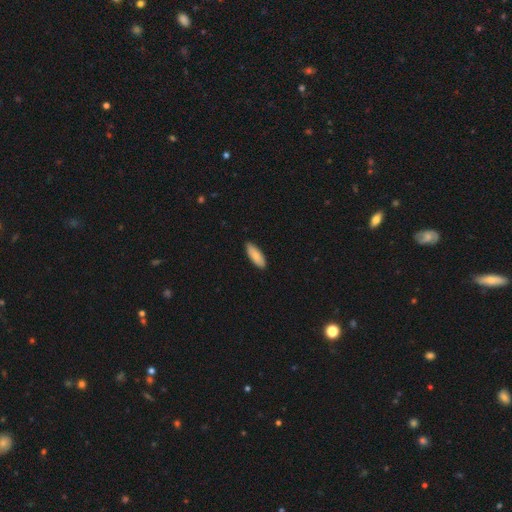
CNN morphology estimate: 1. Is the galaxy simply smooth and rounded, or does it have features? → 84% smooth, 11% featured or disk, 6% star or artifact.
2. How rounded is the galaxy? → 63% in between, 35% cigar-shaped, 2% round.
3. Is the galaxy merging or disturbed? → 88% none, 9% minor disturbance, 1% major disturbance, 1% merger.